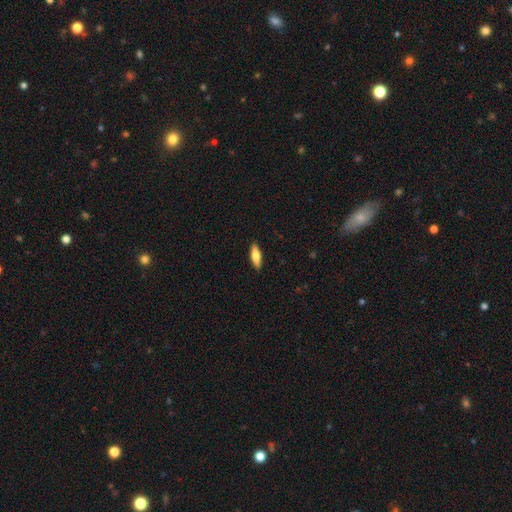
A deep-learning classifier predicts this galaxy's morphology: smooth-or-featured: smooth: 69% | featured or disk: 25% | star or artifact: 6%
  how-rounded: in between: 51% | cigar-shaped: 47% | round: 2%
  merging: none: 90% | minor disturbance: 8% | major disturbance: 2% | merger: 1%